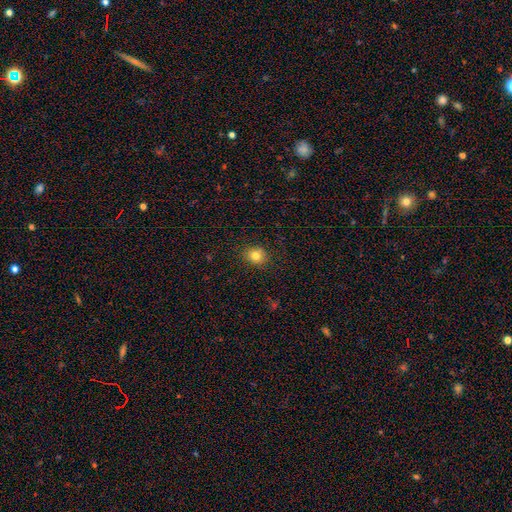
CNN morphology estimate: This appears to be a smooth galaxy with no disk features (81%) that is round (71%). Merging: none (88%).